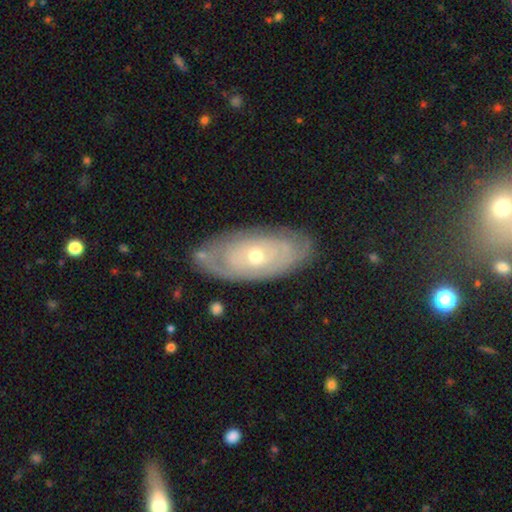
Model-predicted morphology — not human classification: The model was most divided on "bulge size": small: 51%, moderate: 46%, large: 2%, none: 1%, dominant: 1%. More confident: edge-on disk — no (89%); bar — no (86%); merging — none (77%); smooth or featured — featured or disk (71%); spiral arms — yes (62%).